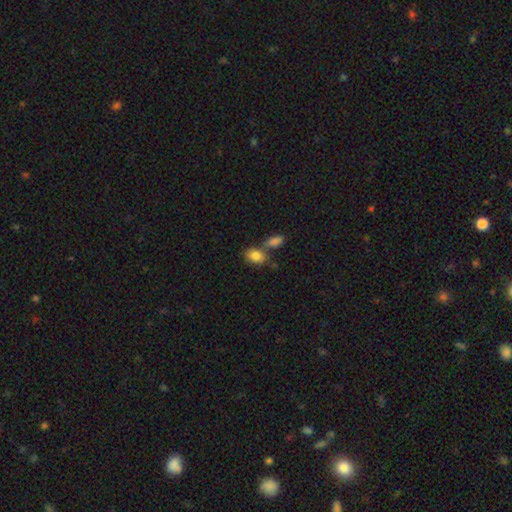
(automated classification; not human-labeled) A smooth galaxy with no disk features (84%) that is in between round and cigar-shaped (83%).

Vote fractions:
- Smooth or featured? smooth: 84% / featured or disk: 8% / star or artifact: 8%
- How rounded? in between: 83% / round: 15% / cigar-shaped: 2%
- Merging? none: 51% / merger: 33% / minor disturbance: 13% / major disturbance: 4%